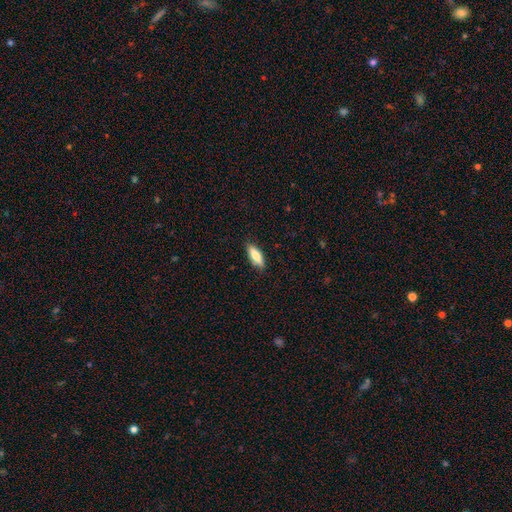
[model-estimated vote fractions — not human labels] smooth 76%, featured or disk 17%, star or artifact 6%. Down the decision tree: how rounded — in between (53%); merging — none (86%).